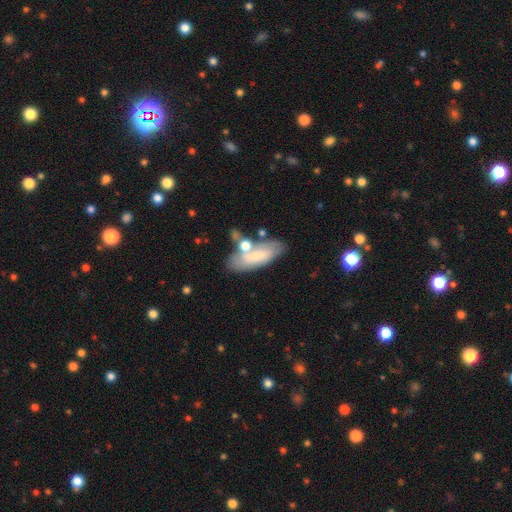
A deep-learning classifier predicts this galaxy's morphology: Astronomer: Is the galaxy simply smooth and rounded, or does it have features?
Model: smooth — 61%.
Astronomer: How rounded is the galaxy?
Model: in between — 69%.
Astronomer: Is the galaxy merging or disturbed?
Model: none — 49%.